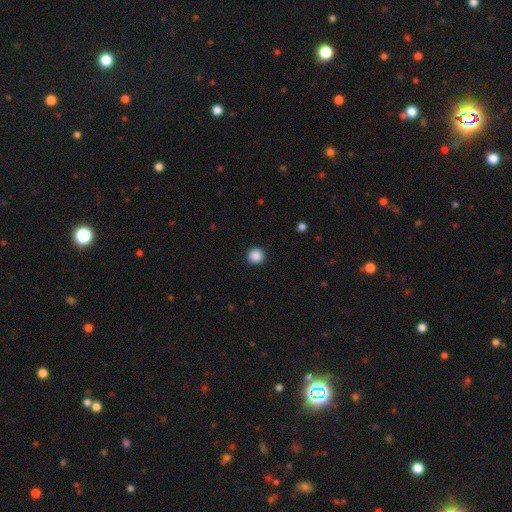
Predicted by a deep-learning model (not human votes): Smooth or featured? Predicted: smooth (p=0.88). How rounded? Predicted: round (p=0.95). Merging? Predicted: none (p=0.93).